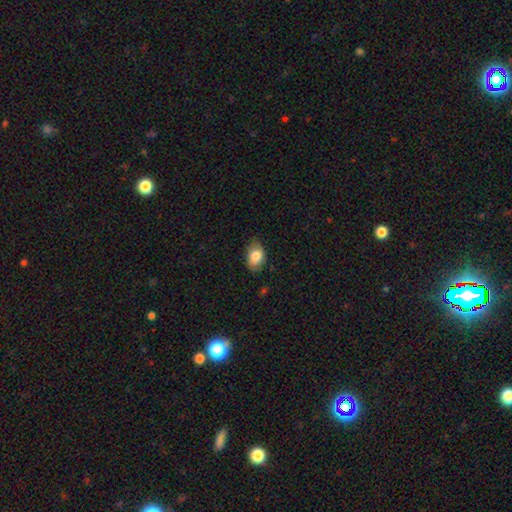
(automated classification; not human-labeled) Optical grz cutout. It shows a smooth galaxy with no disk features (81%) that is in between round and cigar-shaped (82%). Merging: none (75%).